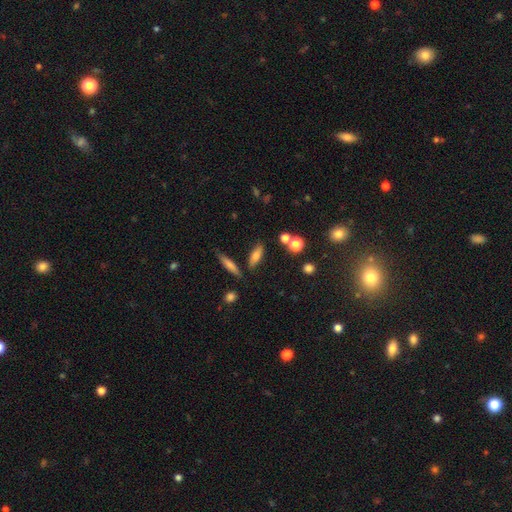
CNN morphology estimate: The model was most divided on "how rounded": in between: 53%, cigar-shaped: 41%, round: 6%. More confident: merging — none (76%); smooth or featured — smooth (70%).